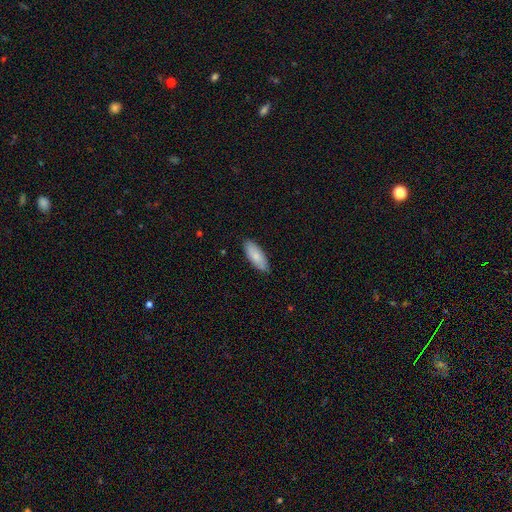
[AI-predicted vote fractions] This appears to be a smooth galaxy with no disk features (82%) that is in between round and cigar-shaped (79%). Merging: none (85%).